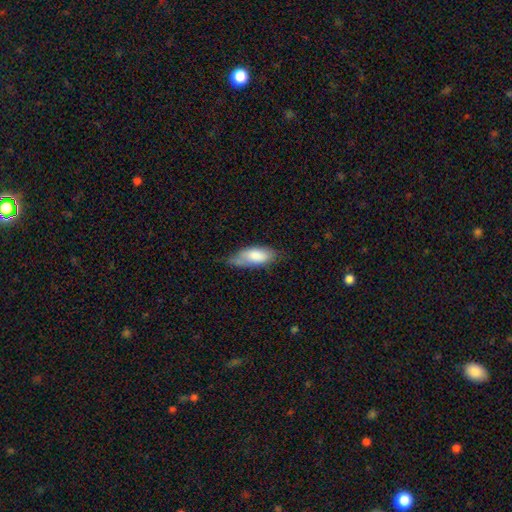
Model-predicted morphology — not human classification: smooth 79%, featured or disk 15%, star or artifact 6%. Down the decision tree: how rounded — in between (80%); merging — none (45%).